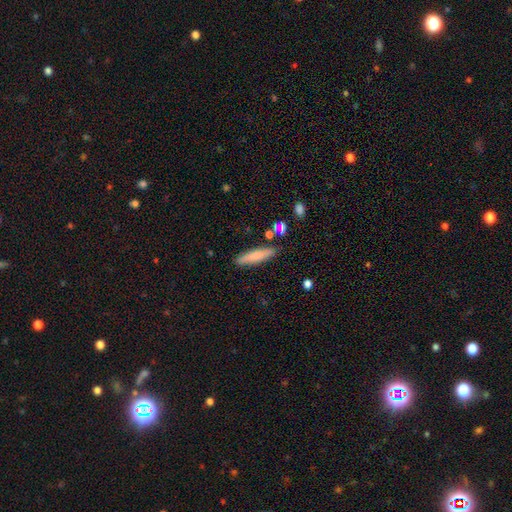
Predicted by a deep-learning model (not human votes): smooth-or-featured: smooth: 77% | featured or disk: 16% | star or artifact: 7%
  how-rounded: cigar-shaped: 82% | in between: 17% | round: 2%
  merging: none: 84% | minor disturbance: 10% | merger: 3% | major disturbance: 2%